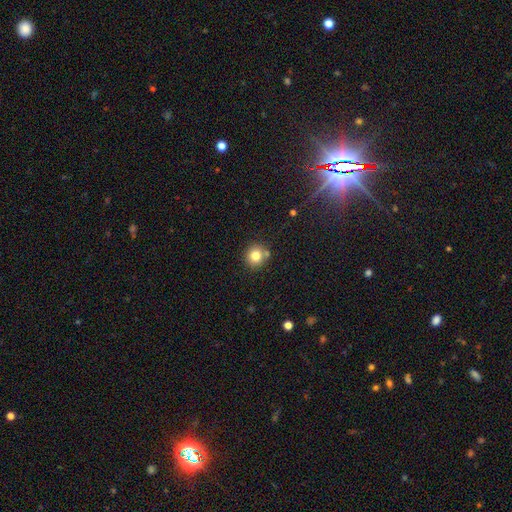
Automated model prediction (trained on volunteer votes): Overall: smooth (80%). How rounded: round (90%). Merging: none (77%).